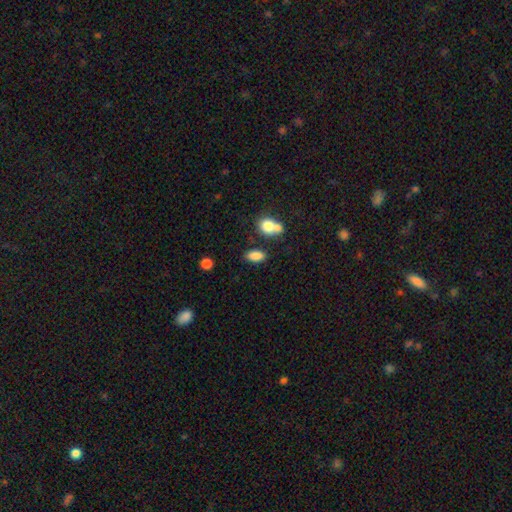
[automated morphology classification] type=smooth (85%); roundness=in between (88%); merging=none (70%).